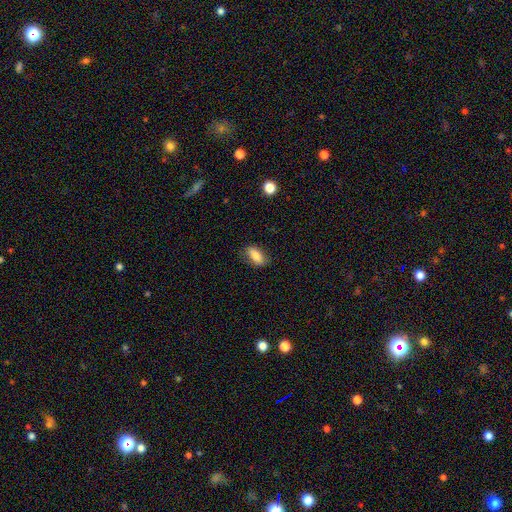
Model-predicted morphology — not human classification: A smooth galaxy with no disk features (81%) that is in between round and cigar-shaped (84%). Merging: none (78%).